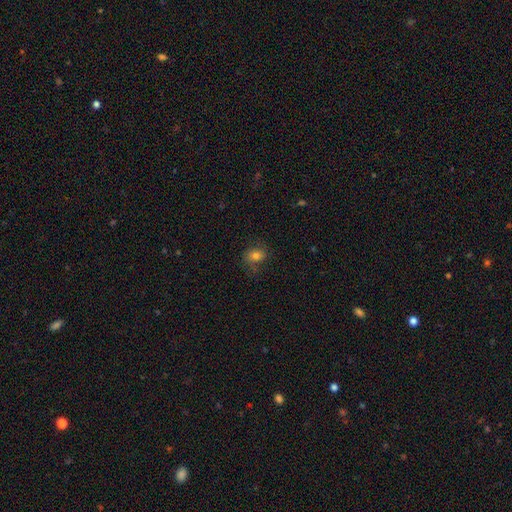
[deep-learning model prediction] smooth-or-featured: smooth: 71% | featured or disk: 18% | star or artifact: 11%
  how-rounded: in between: 58% | round: 41% | cigar-shaped: 1%
  merging: none: 69% | minor disturbance: 20% | major disturbance: 9% | merger: 1%